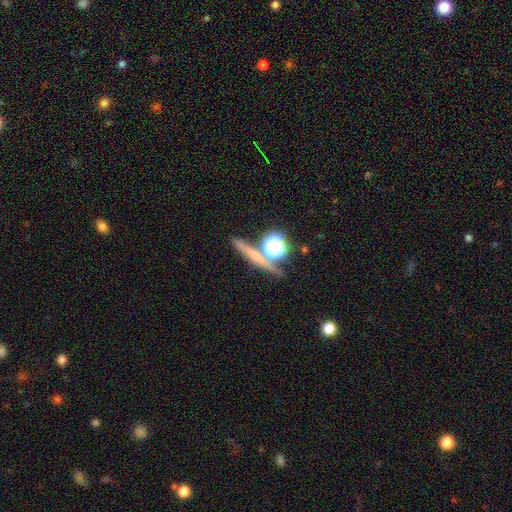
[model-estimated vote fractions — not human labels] Smooth or featured? Predicted: smooth (p=0.44). Merging? Predicted: none (p=0.73).